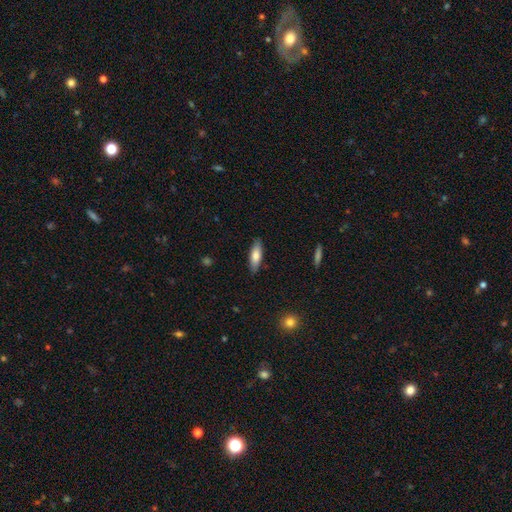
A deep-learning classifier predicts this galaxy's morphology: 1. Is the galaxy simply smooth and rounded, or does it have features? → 76% smooth, 18% featured or disk, 6% star or artifact.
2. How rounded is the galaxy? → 56% in between, 43% cigar-shaped, 2% round.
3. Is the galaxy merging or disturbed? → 86% none, 11% minor disturbance, 2% major disturbance, 1% merger.